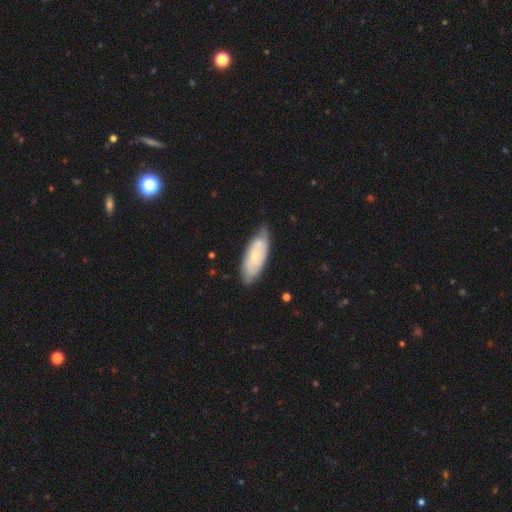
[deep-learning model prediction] Smooth or featured? featured or disk (52%)
Edge-on disk? no (85%)
Merging? none (65%)